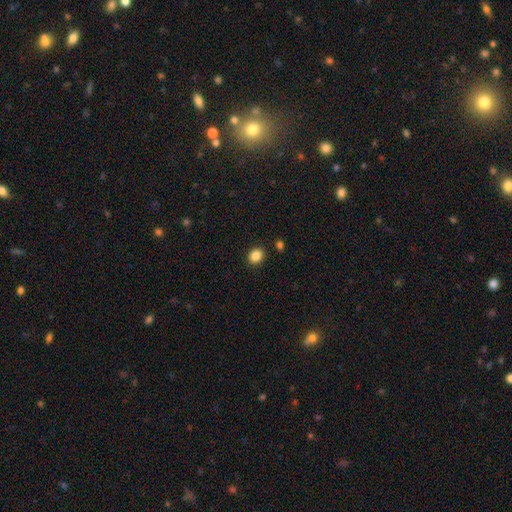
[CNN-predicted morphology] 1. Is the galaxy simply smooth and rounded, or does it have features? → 87% smooth, 10% star or artifact, 3% featured or disk.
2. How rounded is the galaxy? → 62% round, 37% in between, 1% cigar-shaped.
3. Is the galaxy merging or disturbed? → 88% none, 7% minor disturbance, 2% merger, 2% major disturbance.